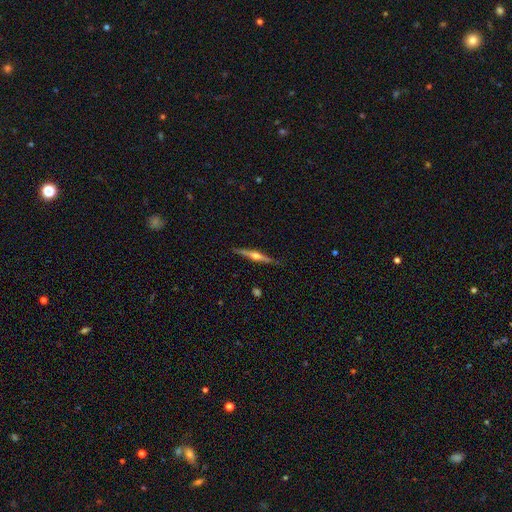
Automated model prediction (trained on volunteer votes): Morphology: type=featured or disk (73%); edge-on=yes (98%); edge-on bulge=rounded (87%); merging=none (86%).